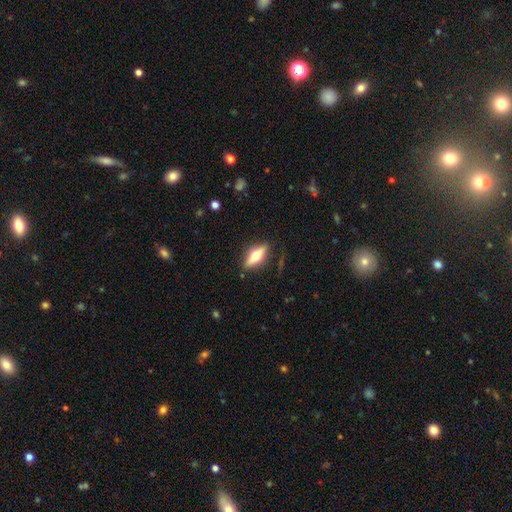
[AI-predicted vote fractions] Smooth or featured? Predicted: featured or disk (p=0.50). Merging? Predicted: none (p=0.85).